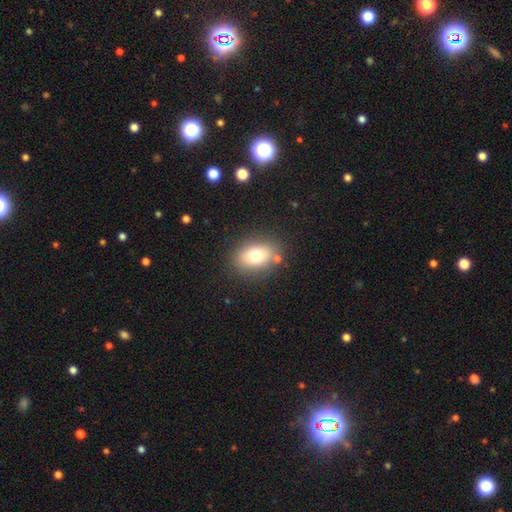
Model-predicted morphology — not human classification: Q: Smooth or featured?
A: smooth (73%); runner-up: featured or disk (15%)
Q: How rounded?
A: in between (69%); runner-up: round (30%)
Q: Merging?
A: none (81%); runner-up: minor disturbance (11%)